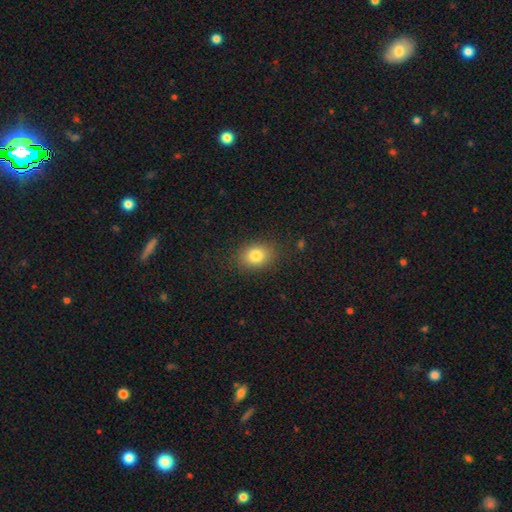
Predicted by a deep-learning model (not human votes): smooth-or-featured: smooth: 82% | star or artifact: 10% | featured or disk: 8%
  how-rounded: in between: 60% | round: 39% | cigar-shaped: 1%
  merging: none: 85% | minor disturbance: 11% | major disturbance: 3% | merger: 1%